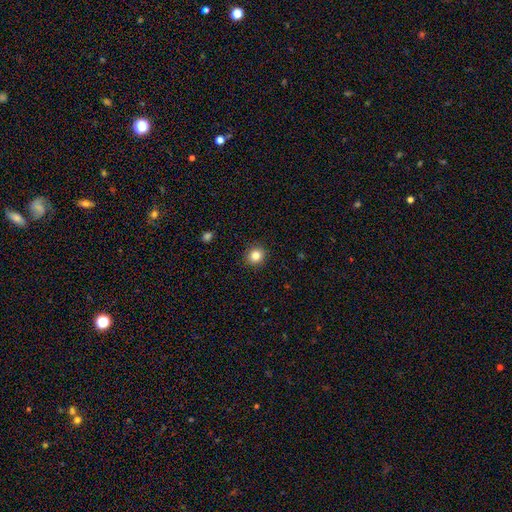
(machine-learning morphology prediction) Q: Smooth or featured?
A: smooth (83%); runner-up: star or artifact (11%)
Q: How rounded?
A: round (87%); runner-up: in between (12%)
Q: Merging?
A: none (91%); runner-up: minor disturbance (6%)